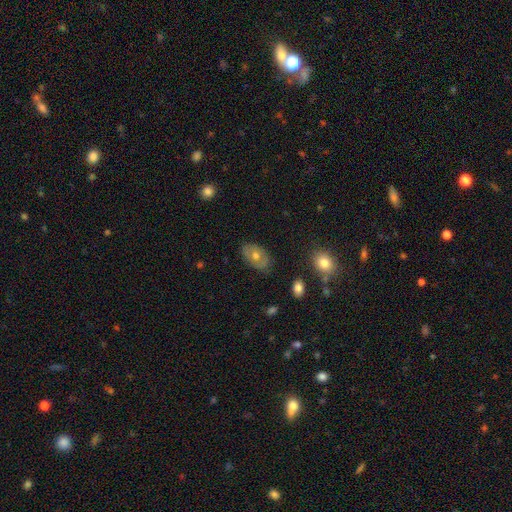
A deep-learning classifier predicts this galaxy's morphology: This appears to be a smooth galaxy with no disk features (52%) that is in between round and cigar-shaped (86%). Merging: none (78%).